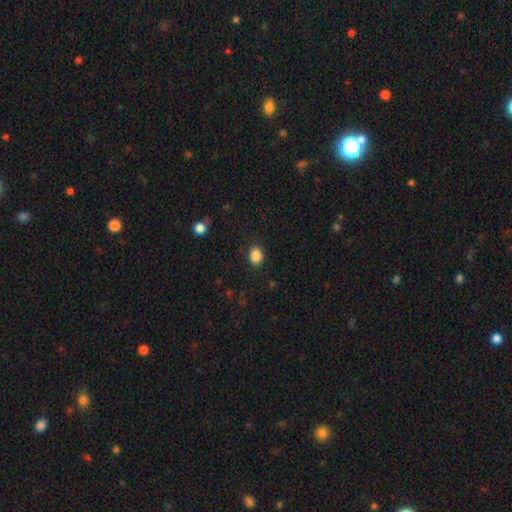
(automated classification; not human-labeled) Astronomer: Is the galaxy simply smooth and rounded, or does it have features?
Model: smooth — 87%.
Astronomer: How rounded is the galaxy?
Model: in between — 58% (runner-up: round, 41%).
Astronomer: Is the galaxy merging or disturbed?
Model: none — 88%.